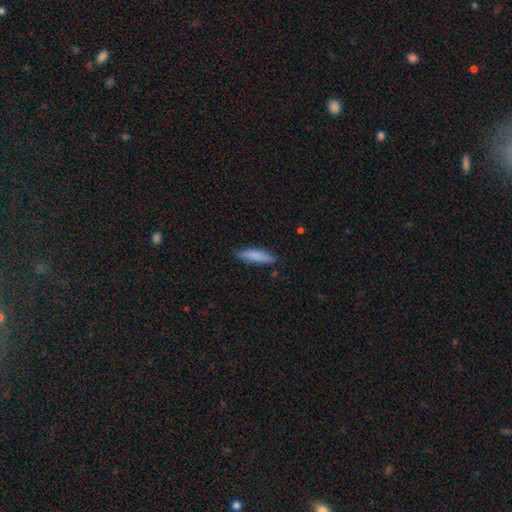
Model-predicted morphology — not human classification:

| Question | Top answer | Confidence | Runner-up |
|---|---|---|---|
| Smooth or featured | smooth | 86% | featured or disk (8%) |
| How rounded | cigar-shaped | 70% | in between (29%) |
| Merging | none | 82% | minor disturbance (14%) |